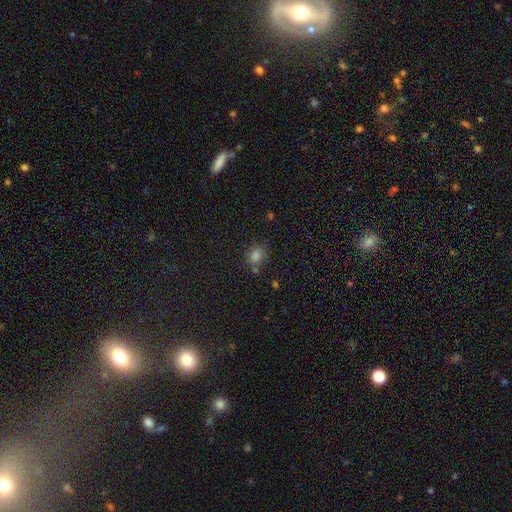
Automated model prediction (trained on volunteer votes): Q: Smooth or featured?
A: smooth (73%); runner-up: star or artifact (20%)
Q: How rounded?
A: round (64%); runner-up: in between (34%)
Q: Merging?
A: none (64%); runner-up: minor disturbance (17%)